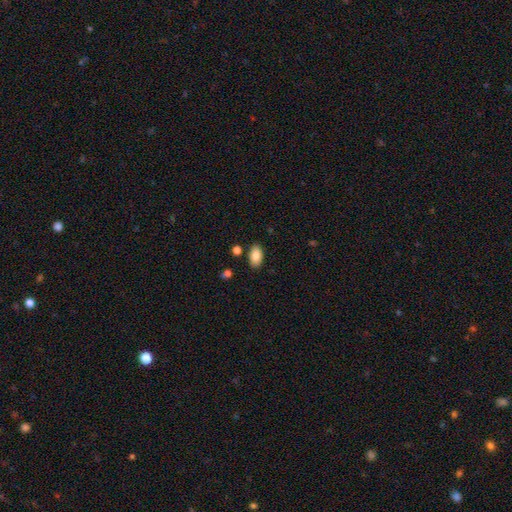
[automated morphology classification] Smooth or featured? smooth (86%)
How rounded? in between (94%)
Merging? none (85%)